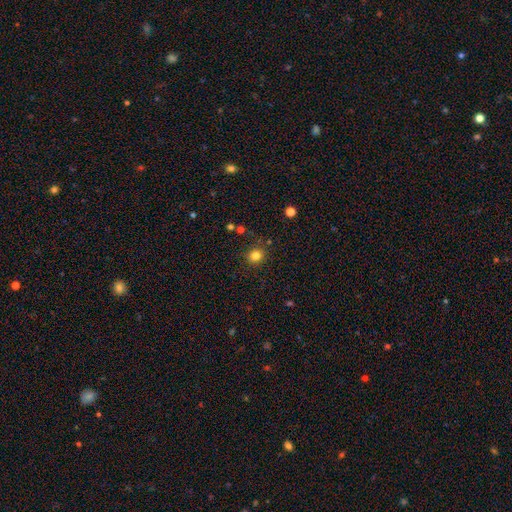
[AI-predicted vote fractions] Q: Smooth or featured?
A: smooth (82%); runner-up: star or artifact (13%)
Q: How rounded?
A: round (80%); runner-up: in between (19%)
Q: Merging?
A: none (86%); runner-up: minor disturbance (9%)